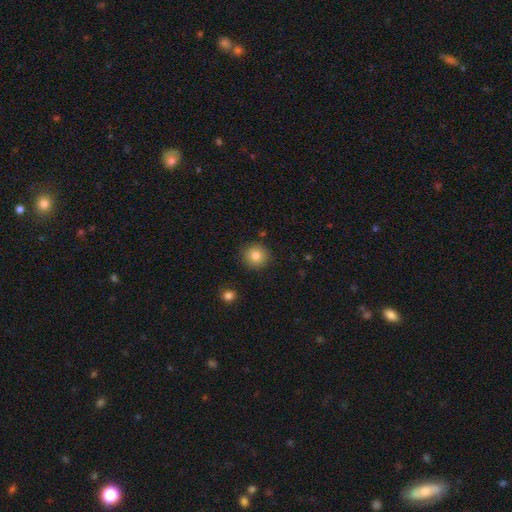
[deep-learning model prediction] Morphology: type=smooth (81%); roundness=round (93%); merging=none (89%).